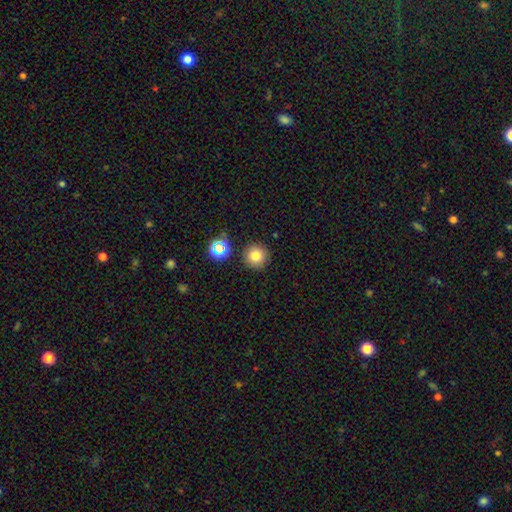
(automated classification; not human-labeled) This appears to be a smooth galaxy with no disk features (76%) that is round (95%). Merging: none (88%).